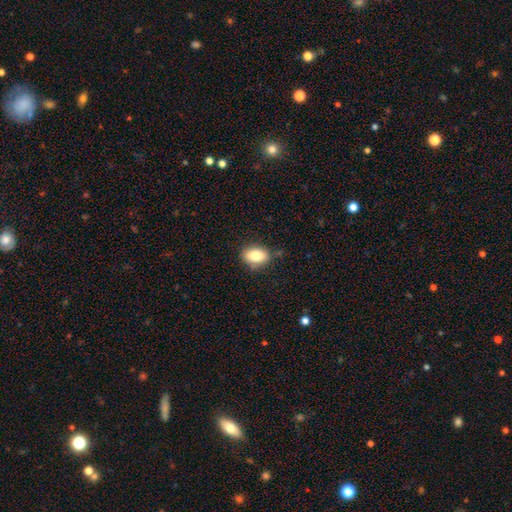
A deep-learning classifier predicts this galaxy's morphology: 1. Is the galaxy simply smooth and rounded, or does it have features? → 82% smooth, 10% featured or disk, 8% star or artifact.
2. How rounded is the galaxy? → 83% in between, 15% round, 2% cigar-shaped.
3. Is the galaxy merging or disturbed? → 80% none, 15% minor disturbance, 3% major disturbance, 2% merger.